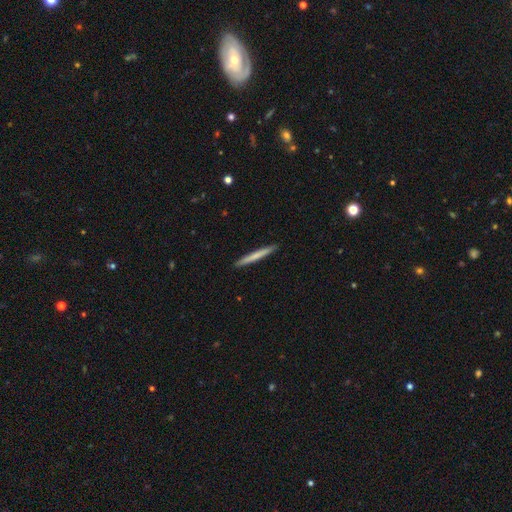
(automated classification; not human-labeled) A smooth galaxy with no disk features (66%) that is cigar-shaped (97%). Merging: none (92%).